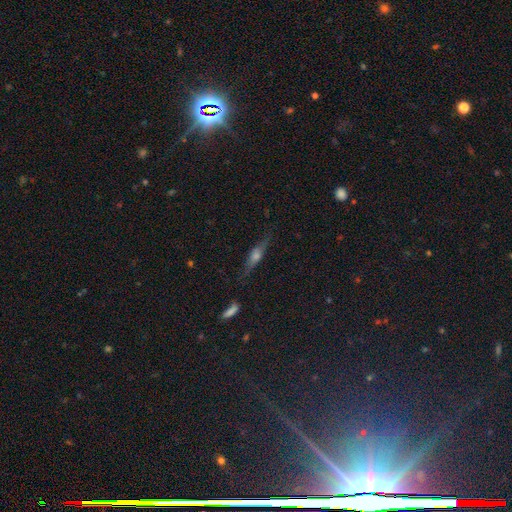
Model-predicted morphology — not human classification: A featured or disk galaxy (53%) viewed edge-on (92%).

Vote fractions:
- Smooth or featured? featured or disk: 53% / smooth: 39% / star or artifact: 9%
- Edge-on disk? yes: 92% / no: 8%
- Merging? none: 78% / minor disturbance: 15% / major disturbance: 5% / merger: 2%